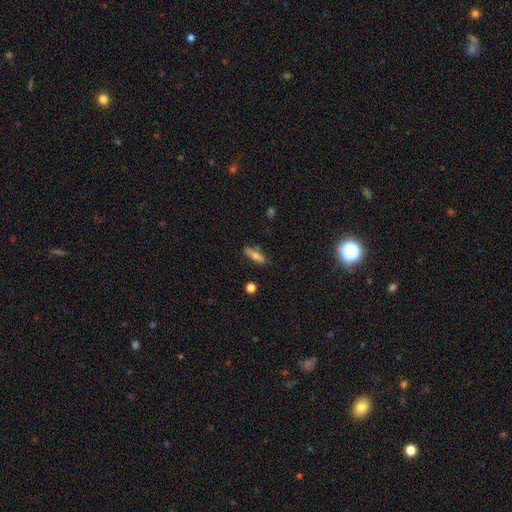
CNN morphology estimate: Smooth or featured: smooth — 68% (featured or disk — 24%)
How rounded: cigar-shaped — 56% (in between — 41%)
Merging: none — 80% (minor disturbance — 15%)